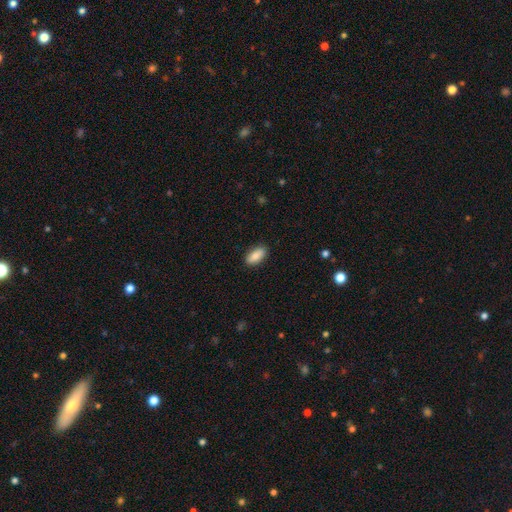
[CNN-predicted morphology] This is clearly a smooth galaxy (85%). How rounded: clearly in between (91%). Merging: clearly none (88%).